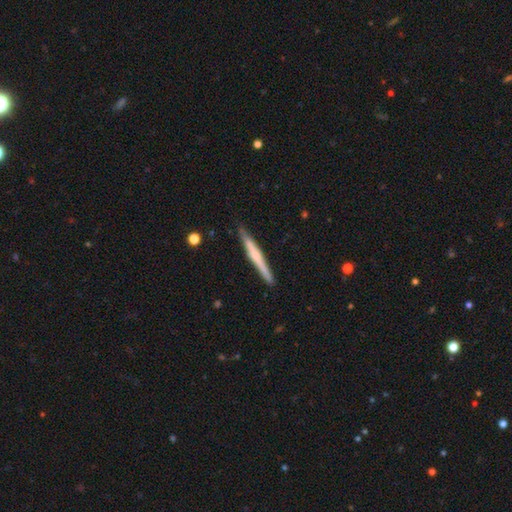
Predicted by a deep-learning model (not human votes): smooth_or_featured: featured or disk (p=0.53) [alt: smooth p=0.41]
disk_edge_on: yes (p=0.97) [alt: no p=0.03]
edge_on_bulge: none (p=0.46) [alt: rounded p=0.37]
merging: none (p=0.87) [alt: minor disturbance p=0.10]